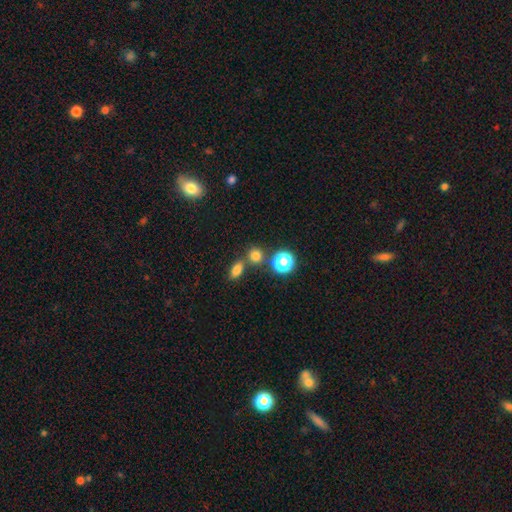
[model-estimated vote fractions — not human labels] smooth-or-featured: smooth: 76% | star or artifact: 18% | featured or disk: 6%
  how-rounded: round: 78% | in between: 20% | cigar-shaped: 2%
  merging: none: 67% | merger: 22% | minor disturbance: 8% | major disturbance: 3%